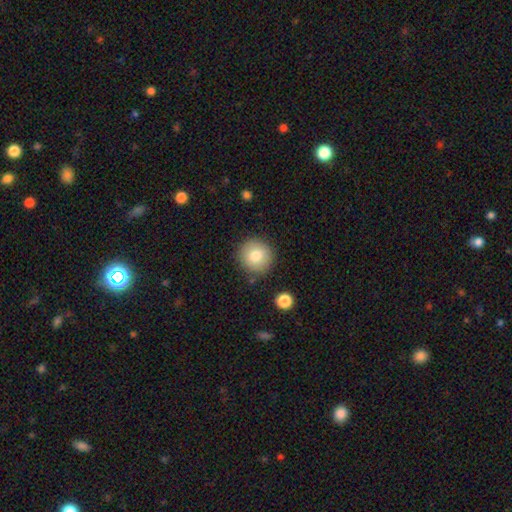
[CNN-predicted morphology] Smooth or featured? smooth (80%)
How rounded? round (94%)
Merging? none (85%)